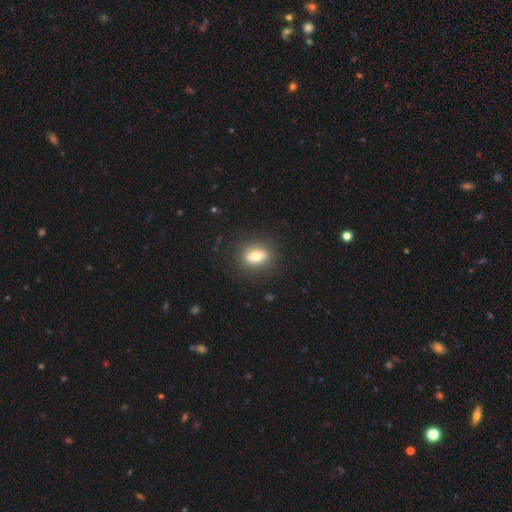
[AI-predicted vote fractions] The model was most divided on "how rounded": in between: 64%, round: 24%, cigar-shaped: 13%. More confident: merging — none (86%); smooth or featured — smooth (66%).